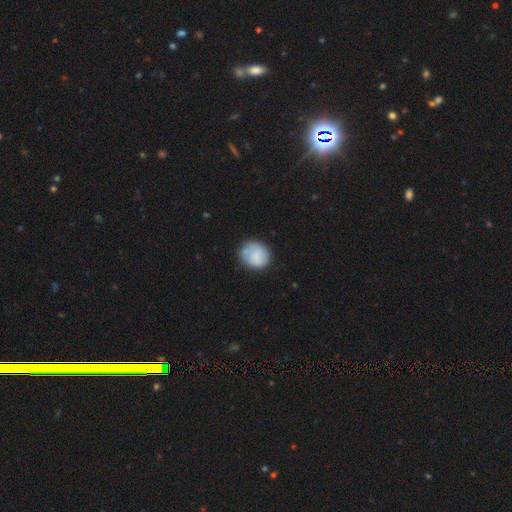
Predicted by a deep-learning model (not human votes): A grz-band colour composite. It shows a smooth galaxy with no disk features (81%) that is round (77%). Merging: none (70%).